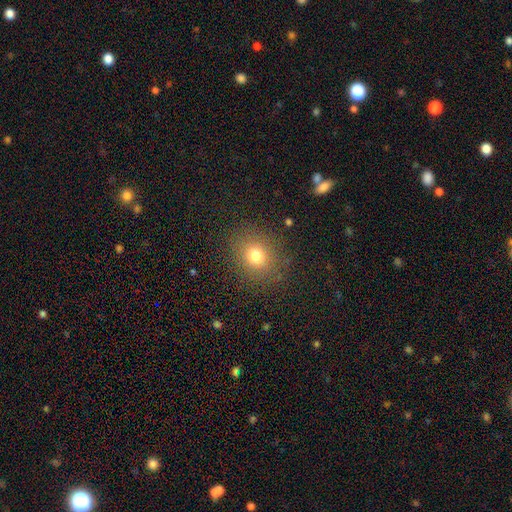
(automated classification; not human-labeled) Smooth or featured? smooth (75%)
How rounded? round (70%)
Merging? none (85%)